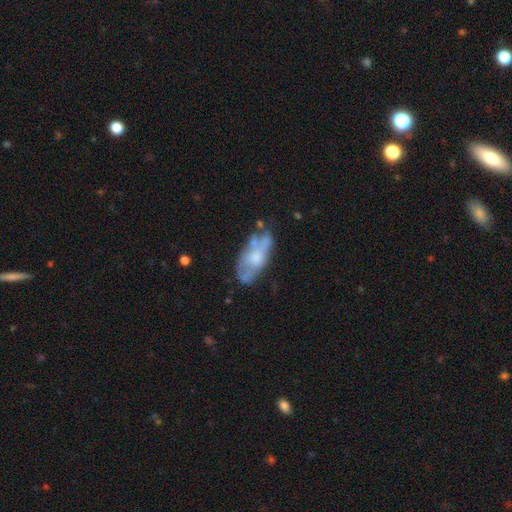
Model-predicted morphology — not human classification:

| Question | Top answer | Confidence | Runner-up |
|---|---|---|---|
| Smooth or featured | featured or disk | 56% | smooth (36%) |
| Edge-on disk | no | 82% | yes (18%) |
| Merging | none | 52% | minor disturbance (27%) |